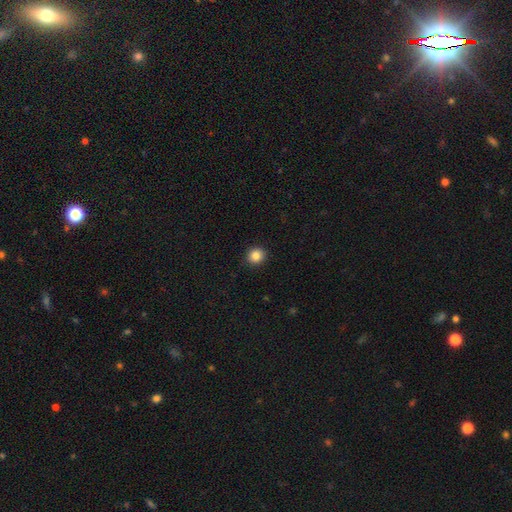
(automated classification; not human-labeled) This appears to be a smooth galaxy with no disk features (85%) that is round (90%). Merging: none (92%).